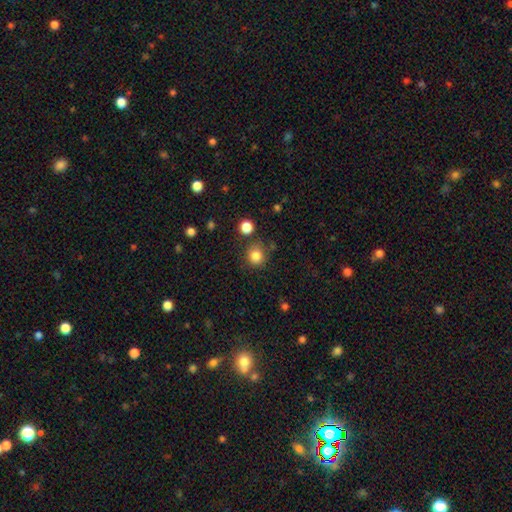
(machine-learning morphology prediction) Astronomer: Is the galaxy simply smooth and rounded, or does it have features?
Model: smooth — 84%.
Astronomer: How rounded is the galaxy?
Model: round — 91%.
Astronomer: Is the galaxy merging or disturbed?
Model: none — 80%.